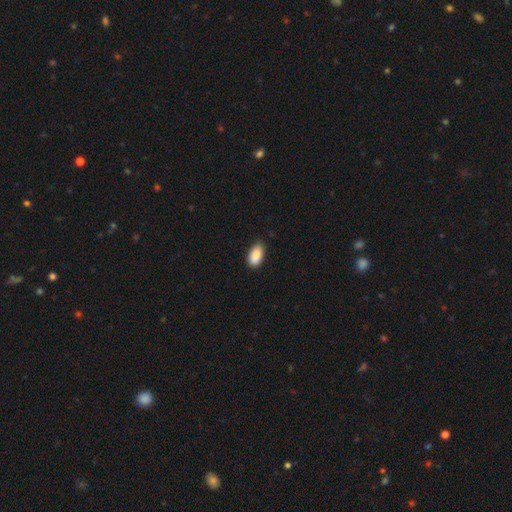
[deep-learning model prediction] The model was most divided on "merging": none: 81%, minor disturbance: 16%, major disturbance: 2%, merger: 1%. More confident: how rounded — in between (94%); smooth or featured — smooth (89%).